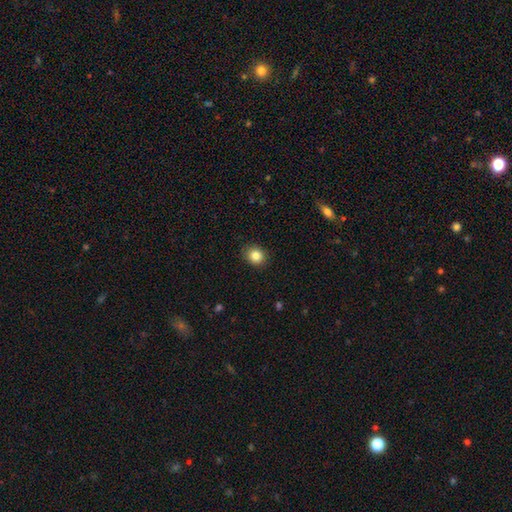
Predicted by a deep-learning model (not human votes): Q: Smooth or featured?
A: smooth (84%); runner-up: star or artifact (10%)
Q: How rounded?
A: round (70%); runner-up: in between (29%)
Q: Merging?
A: none (89%); runner-up: minor disturbance (9%)